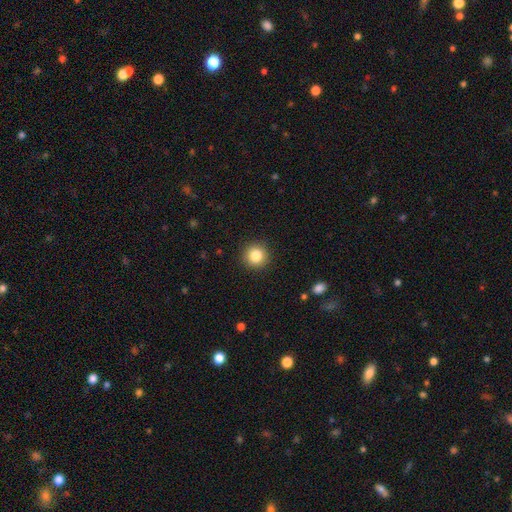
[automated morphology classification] A smooth galaxy with no disk features (84%) that is round (95%).

Vote fractions:
- Smooth or featured? smooth: 84% / star or artifact: 10% / featured or disk: 6%
- How rounded? round: 95% / in between: 4% / cigar-shaped: 1%
- Merging? none: 92% / minor disturbance: 6% / major disturbance: 2% / merger: 1%